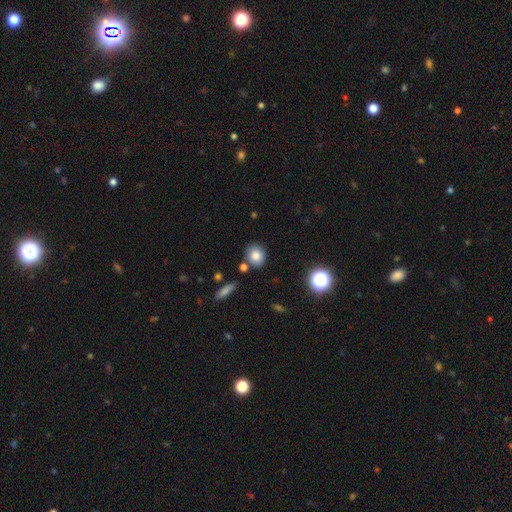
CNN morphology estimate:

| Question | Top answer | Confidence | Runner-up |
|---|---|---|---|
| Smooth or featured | smooth | 82% | star or artifact (11%) |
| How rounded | round | 69% | in between (30%) |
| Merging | none | 79% | minor disturbance (11%) |